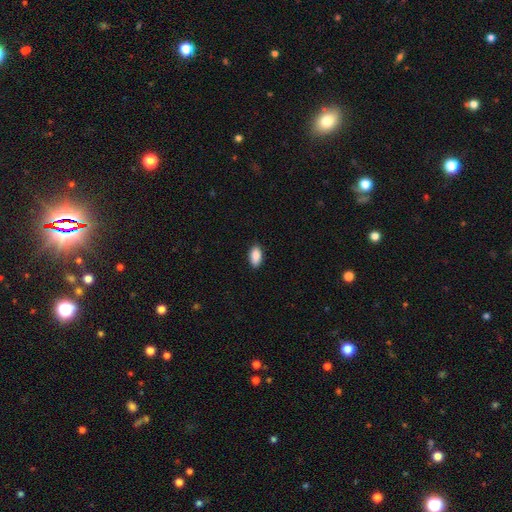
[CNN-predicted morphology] type=smooth (89%); roundness=in between (93%); merging=none (88%).